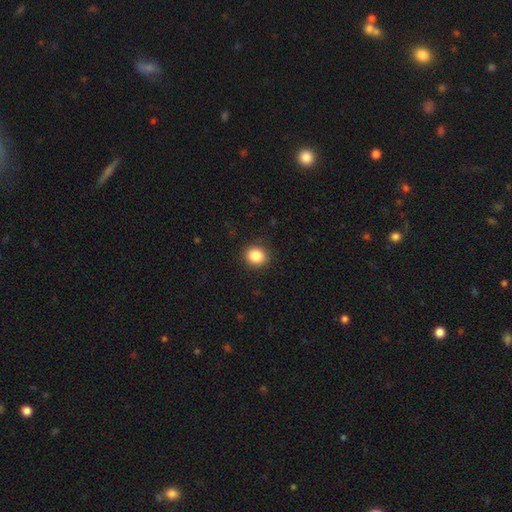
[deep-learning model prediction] A smooth galaxy with no disk features (87%) that is round (81%). Merging: none (89%).